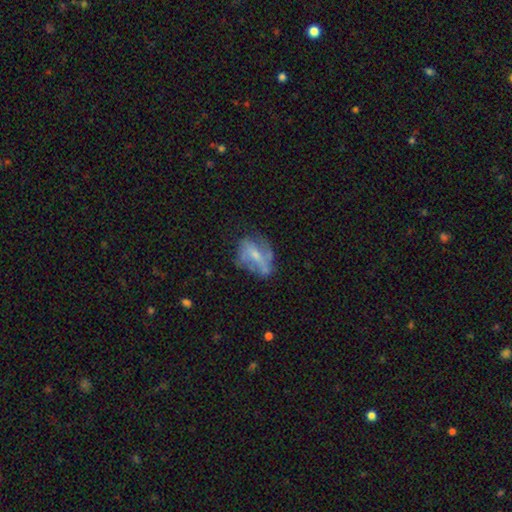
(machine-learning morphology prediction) This appears to be a featured or disk galaxy (65%) with a weak bar (40%), spiral arms (63%) and a small central bulge (54%). Merging: none (48%).